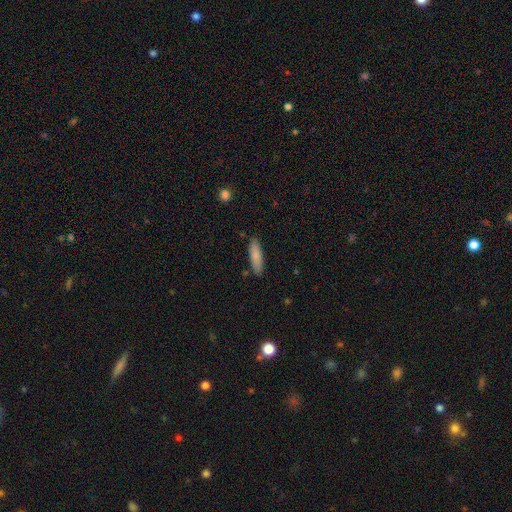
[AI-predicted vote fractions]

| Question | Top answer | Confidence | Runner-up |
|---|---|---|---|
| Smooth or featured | smooth | 83% | featured or disk (11%) |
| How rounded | cigar-shaped | 64% | in between (35%) |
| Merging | none | 85% | minor disturbance (11%) |